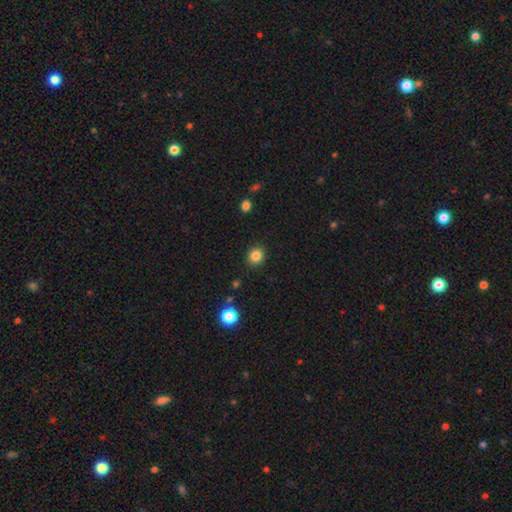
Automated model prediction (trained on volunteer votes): Morphology: type=smooth (85%); roundness=round (88%); merging=none (90%).